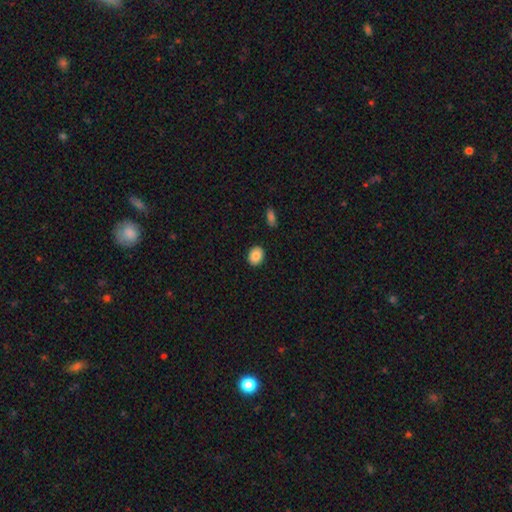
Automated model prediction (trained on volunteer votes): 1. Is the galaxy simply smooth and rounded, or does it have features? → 87% smooth, 8% star or artifact, 5% featured or disk.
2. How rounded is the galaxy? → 59% in between, 40% round, 1% cigar-shaped.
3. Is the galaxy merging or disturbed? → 89% none, 8% minor disturbance, 2% major disturbance, 2% merger.